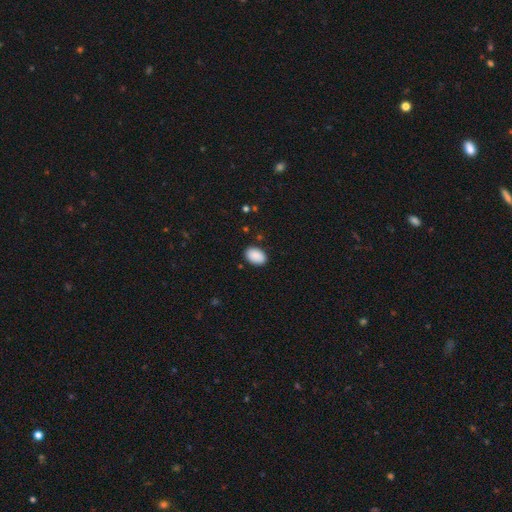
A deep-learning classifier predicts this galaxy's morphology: Q: Smooth or featured?
A: smooth (90%); runner-up: star or artifact (7%)
Q: How rounded?
A: in between (89%); runner-up: round (10%)
Q: Merging?
A: none (88%); runner-up: minor disturbance (9%)